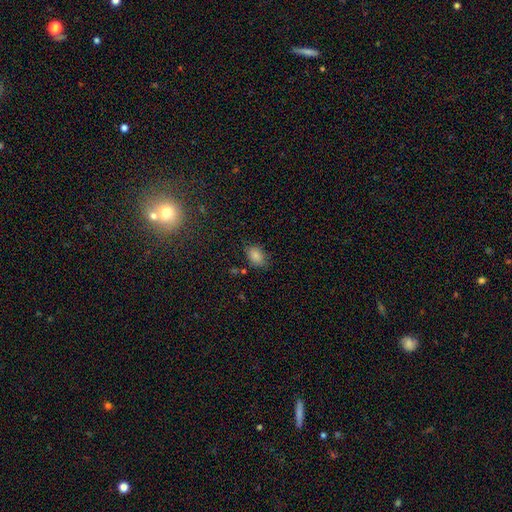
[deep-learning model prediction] A smooth galaxy with no disk features (83%) that is in between round and cigar-shaped (79%). Merging: none (74%).